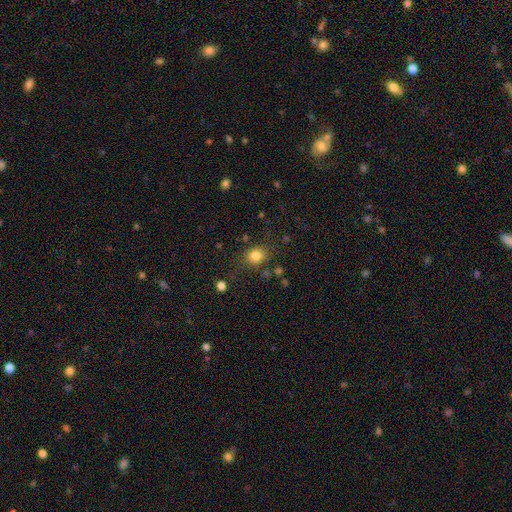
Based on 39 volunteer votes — Overall: smooth (85%). How rounded: round (61%; in between 39%). Merging: none (70%).